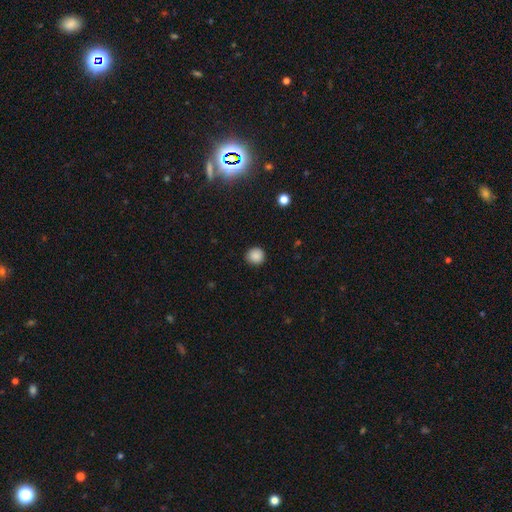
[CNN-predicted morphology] A smooth galaxy with no disk features (88%) that is round (93%). Merging: none (92%).